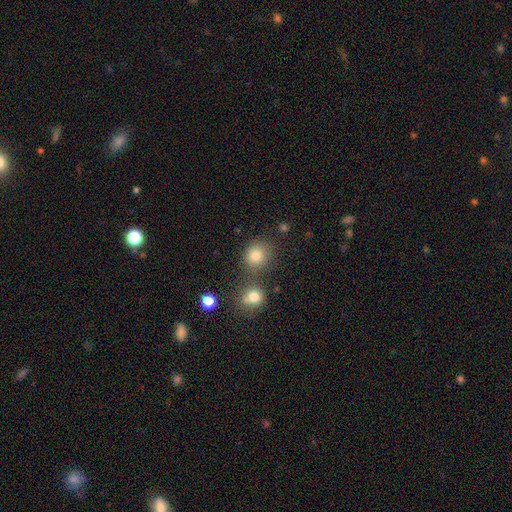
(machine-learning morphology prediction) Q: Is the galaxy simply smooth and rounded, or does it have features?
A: smooth — 80%.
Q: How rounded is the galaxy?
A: round — 80%.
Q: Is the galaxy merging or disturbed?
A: none — 67%.